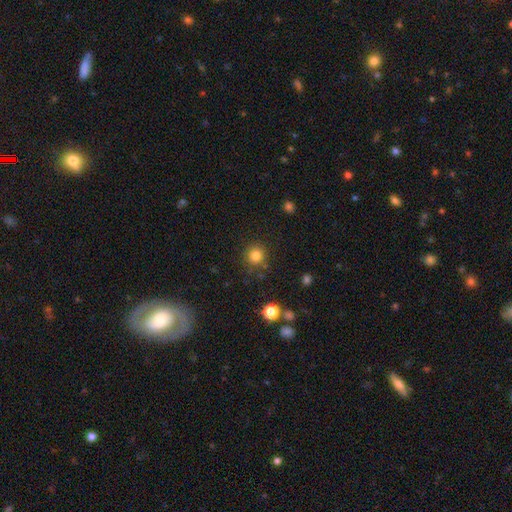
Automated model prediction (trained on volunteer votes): smooth-or-featured: smooth: 82% | star or artifact: 12% | featured or disk: 5%
  how-rounded: round: 93% | in between: 6% | cigar-shaped: 1%
  merging: none: 86% | minor disturbance: 8% | major disturbance: 3% | merger: 3%